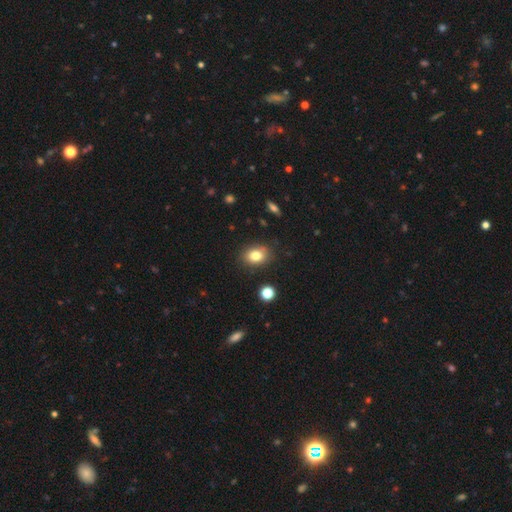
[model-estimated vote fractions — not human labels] The model was most divided on "how rounded": in between: 66%, round: 32%, cigar-shaped: 1%. More confident: merging — none (84%); smooth or featured — smooth (81%).